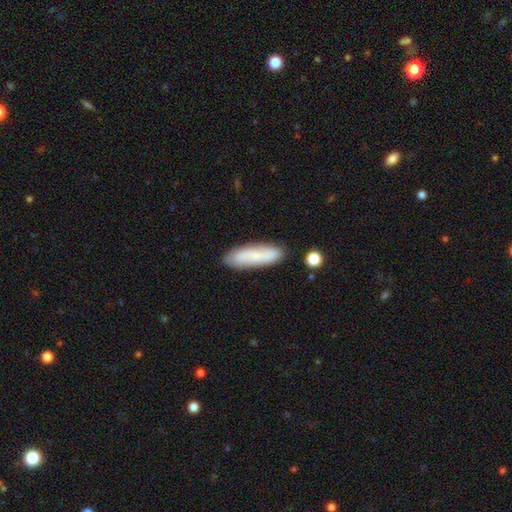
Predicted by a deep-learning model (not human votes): smooth_or_featured: smooth (p=0.69) [alt: featured or disk p=0.24]
how_rounded: cigar-shaped (p=0.62) [alt: in between p=0.36]
merging: none (p=0.83) [alt: minor disturbance p=0.11]